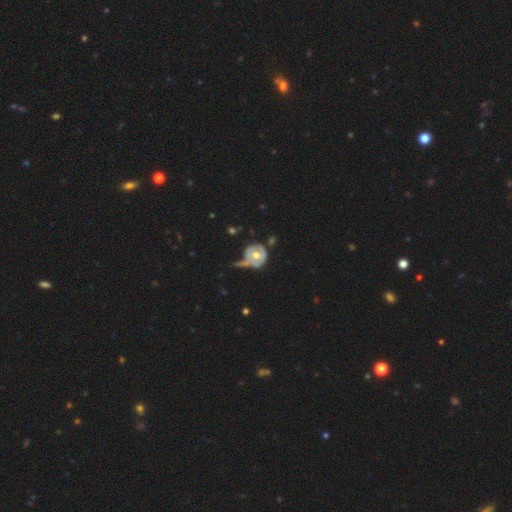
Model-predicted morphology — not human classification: smooth_or_featured: featured or disk (p=0.54) [alt: smooth p=0.40]
disk_edge_on: no (p=0.95) [alt: yes p=0.05]
bar: no (p=0.74) [alt: weak p=0.19]
has_spiral_arms: no (p=0.61) [alt: yes p=0.39]
bulge_size: moderate (p=0.75) [alt: small p=0.15]
merging: none (p=0.32) [alt: major disturbance p=0.27]